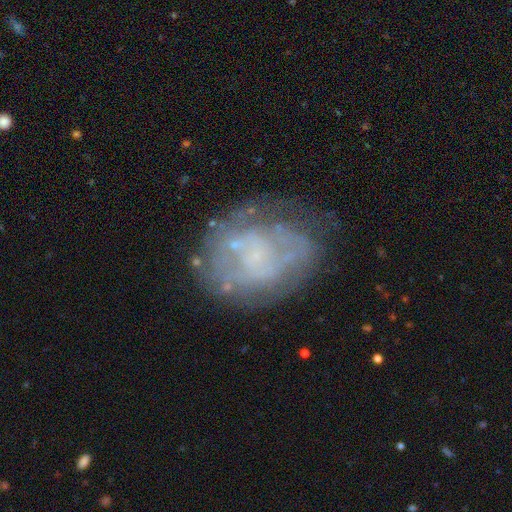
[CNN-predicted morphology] This is likely a featured or disk galaxy (66%). It is clearly not viewed edge-on (98%). Bar: clearly no (80%). Spiral arm pattern: possibly no (50%, tied with yes). Central bulge: possibly none (49%). Merging: possibly none (59%).